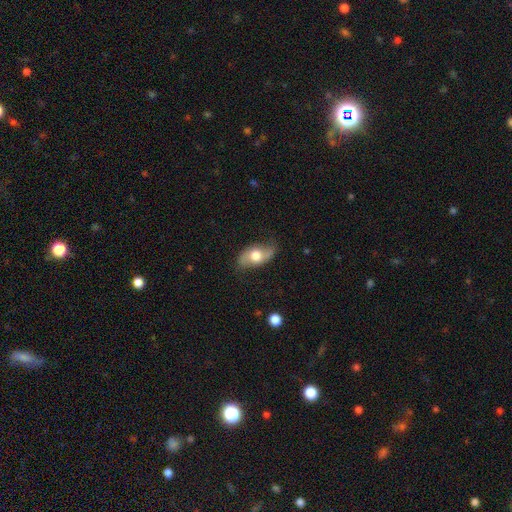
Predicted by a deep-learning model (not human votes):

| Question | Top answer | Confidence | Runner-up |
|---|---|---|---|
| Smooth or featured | smooth | 49% | featured or disk (45%) |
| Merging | none | 70% | minor disturbance (22%) |